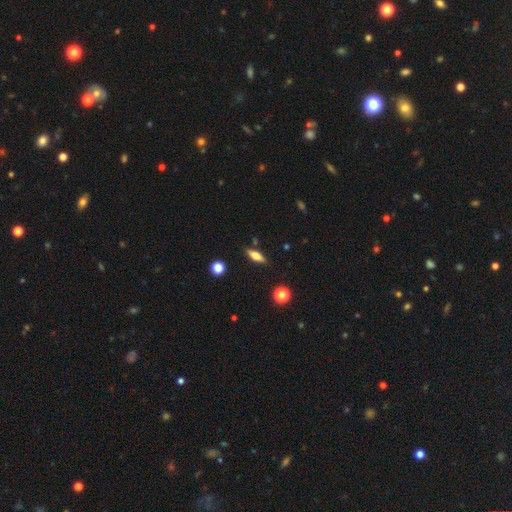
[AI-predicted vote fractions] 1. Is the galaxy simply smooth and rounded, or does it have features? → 57% smooth, 34% featured or disk, 8% star or artifact.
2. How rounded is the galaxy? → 53% in between, 43% cigar-shaped, 4% round.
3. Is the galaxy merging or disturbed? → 84% none, 11% minor disturbance, 3% merger, 2% major disturbance.